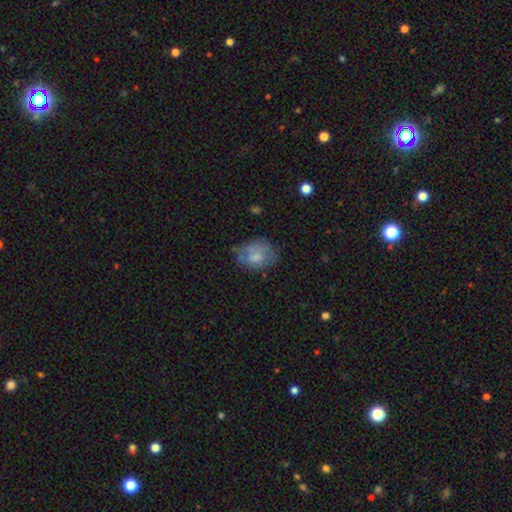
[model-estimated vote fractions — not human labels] smooth-or-featured: smooth: 62% | featured or disk: 29% | star or artifact: 9%
  how-rounded: in between: 63% | round: 36% | cigar-shaped: 1%
  merging: none: 46% | minor disturbance: 32% | major disturbance: 18% | merger: 4%